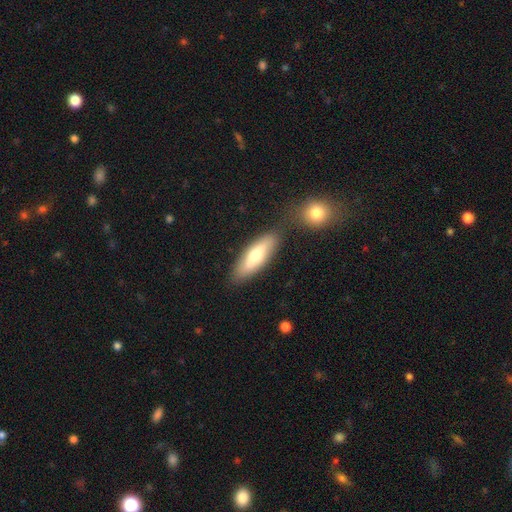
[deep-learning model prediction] Smooth or featured? Predicted: smooth (p=0.63). How rounded? Predicted: in between (p=0.53). Merging? Predicted: none (p=0.76).